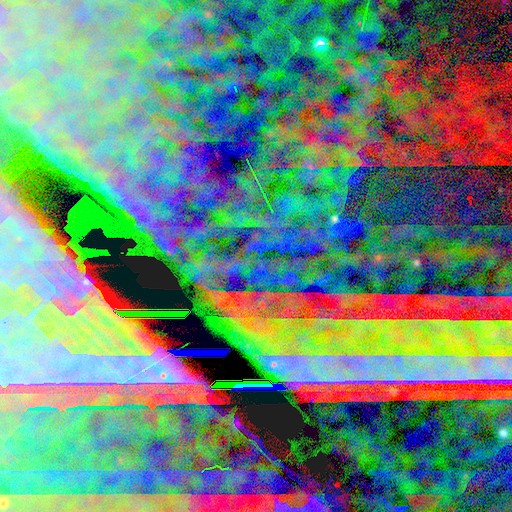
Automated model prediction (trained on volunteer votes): A star or artifact, not a galaxy (88%).